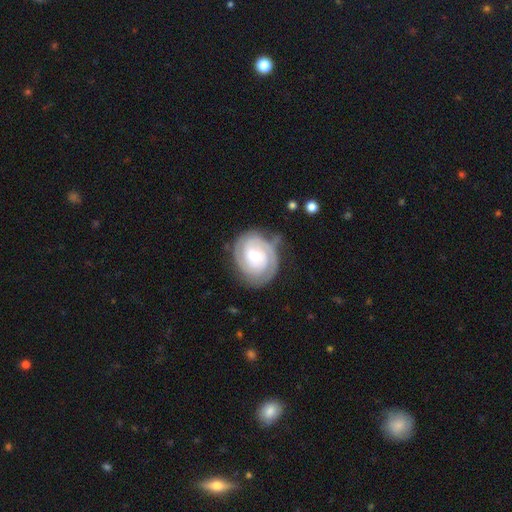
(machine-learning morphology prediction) The model was most divided on "bulge size": moderate: 49%, small: 37%, large: 10%, none: 2%, dominant: 2%. More confident: edge-on disk — no (98%); spiral arms — yes (94%); smooth or featured — featured or disk (80%); spiral winding — tight (72%); merging — none (68%); bar — no (56%); spiral arm count — 2 (53%).